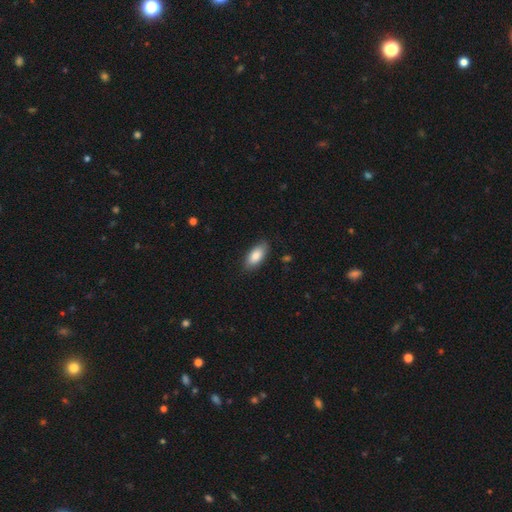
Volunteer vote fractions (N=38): A smooth galaxy with no disk features (84%) that is in between round and cigar-shaped (88%).

Vote fractions:
- Smooth or featured? smooth: 84% / featured or disk: 13% / star or artifact: 3%
- How rounded? in between: 88% / cigar-shaped: 12% / round: 0%
- Merging? none: 84% / minor disturbance: 14% / major disturbance: 3% / merger: 0%